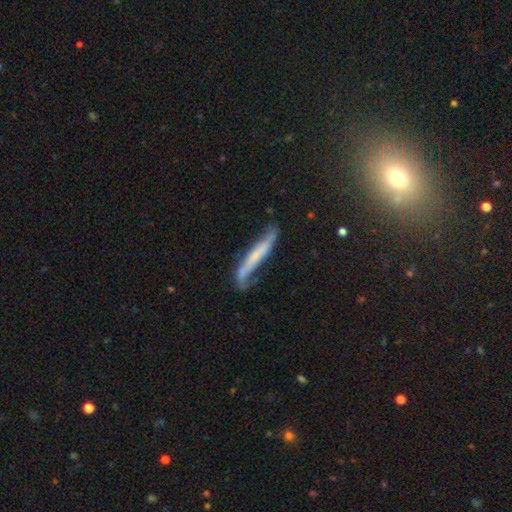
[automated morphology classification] Smooth or featured? Predicted: featured or disk (p=0.55). Edge-on disk? Predicted: yes (p=0.61). Merging? Predicted: none (p=0.48).